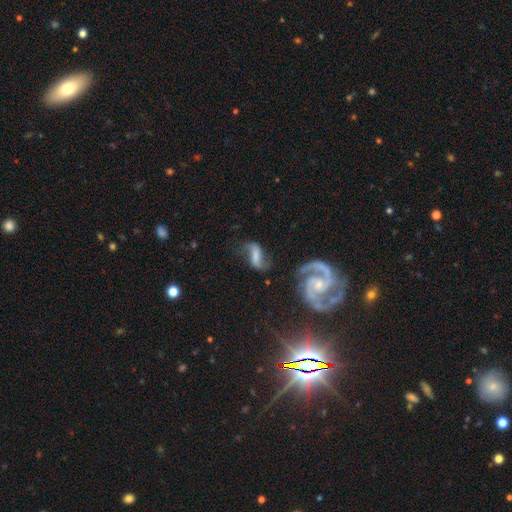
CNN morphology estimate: Smooth or featured? Predicted: featured or disk (p=0.72). Edge-on disk? Predicted: no (p=0.96). Bar? Predicted: weak (p=0.41). Spiral arms? Predicted: yes (p=0.93). Spiral winding? Predicted: loose (p=0.68). Spiral arm count? Predicted: 2 (p=0.89). Bulge size? Predicted: none (p=0.44). Merging? Predicted: none (p=0.56).